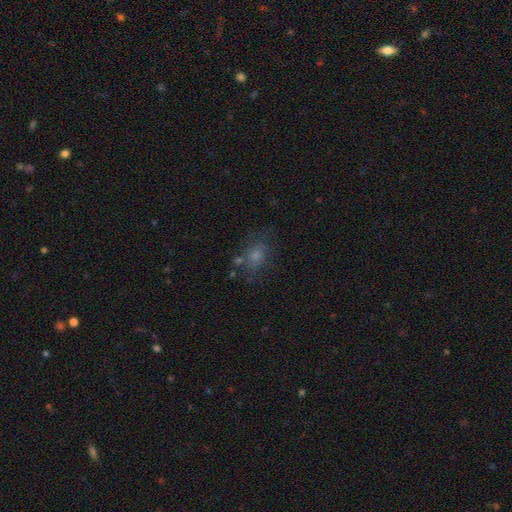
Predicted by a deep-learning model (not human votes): Smooth or featured: smooth — 62% (featured or disk — 21%)
How rounded: in between — 67% (round — 31%)
Merging: none — 59% (minor disturbance — 20%)